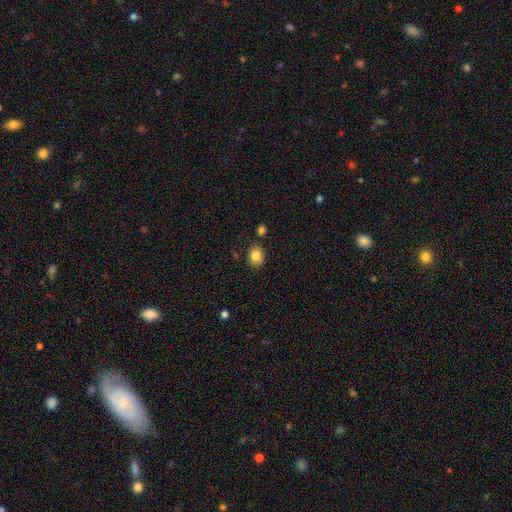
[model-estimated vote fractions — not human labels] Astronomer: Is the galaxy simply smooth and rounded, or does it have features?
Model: smooth — 84%.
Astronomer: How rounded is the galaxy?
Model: round — 62%.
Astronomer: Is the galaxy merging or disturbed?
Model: none — 79%.